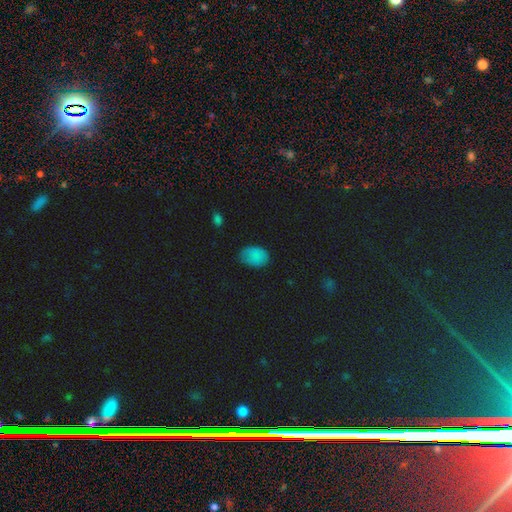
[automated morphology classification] smooth-or-featured: smooth: 80% | star or artifact: 14% | featured or disk: 6%
  how-rounded: in between: 84% | round: 15% | cigar-shaped: 1%
  merging: none: 62% | minor disturbance: 30% | major disturbance: 7% | merger: 2%